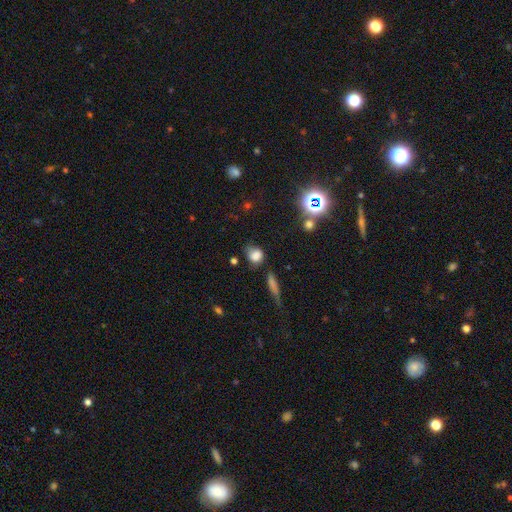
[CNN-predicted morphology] Smooth or featured: smooth — 74% (star or artifact — 15%)
How rounded: round — 59% (in between — 38%)
Merging: none — 48% (minor disturbance — 29%)